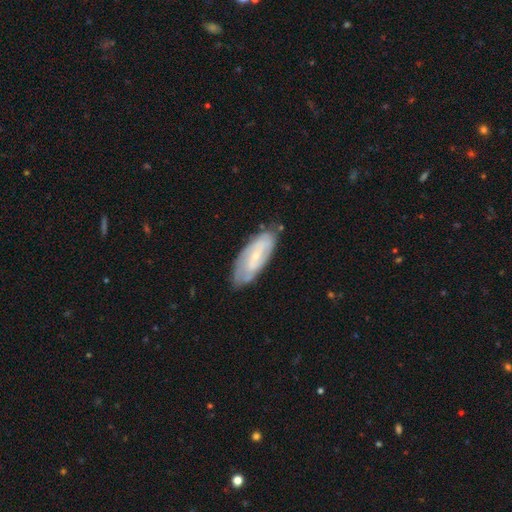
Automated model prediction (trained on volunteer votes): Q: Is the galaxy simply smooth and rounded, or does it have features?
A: featured or disk — 60%.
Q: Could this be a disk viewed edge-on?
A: no — 87%.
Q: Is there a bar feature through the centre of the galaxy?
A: no — 49%.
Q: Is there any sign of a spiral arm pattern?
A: yes — 68%.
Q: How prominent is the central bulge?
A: small — 72%.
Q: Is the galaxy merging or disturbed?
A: none — 71%.